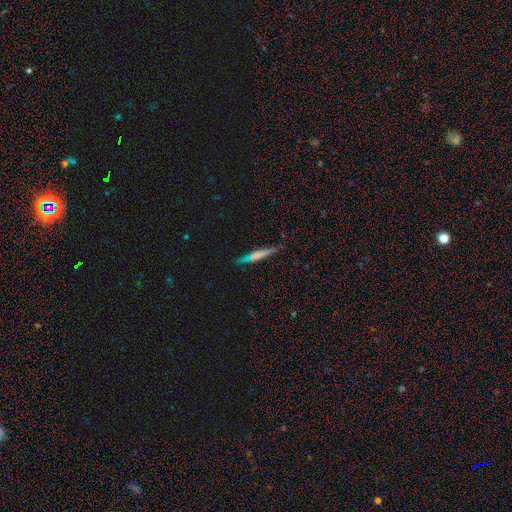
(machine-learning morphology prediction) A smooth galaxy with no disk features (52%) that is cigar-shaped (92%).

Vote fractions:
- Smooth or featured? smooth: 52% / featured or disk: 38% / star or artifact: 9%
- How rounded? cigar-shaped: 92% / in between: 6% / round: 2%
- Merging? none: 83% / minor disturbance: 12% / major disturbance: 3% / merger: 2%